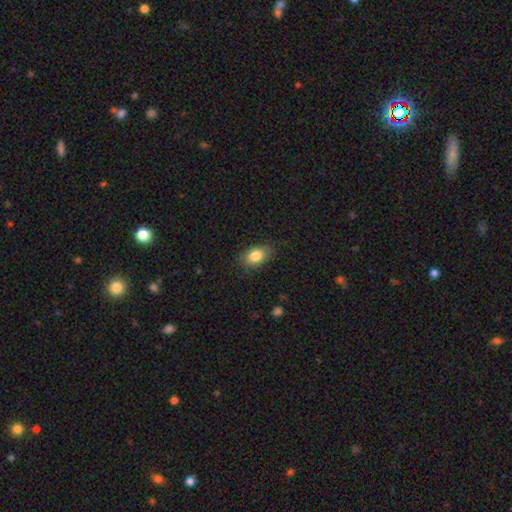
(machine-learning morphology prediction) This appears to be a smooth galaxy with no disk features (83%) that is in between round and cigar-shaped (83%). Merging: none (83%).